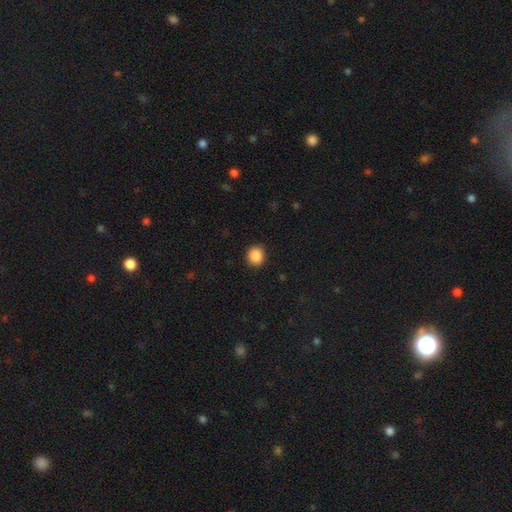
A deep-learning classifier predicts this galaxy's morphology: This appears to be a smooth galaxy with no disk features (88%) that is round (85%). Merging: none (90%).